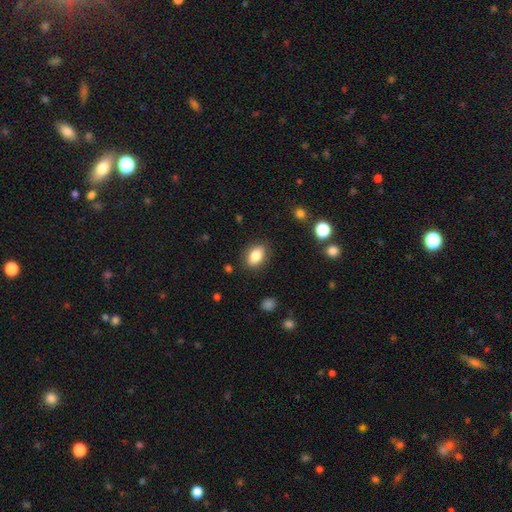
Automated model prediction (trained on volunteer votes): smooth_or_featured: smooth (p=0.83) [alt: featured or disk p=0.09]
how_rounded: in between (p=0.83) [alt: round p=0.15]
merging: none (p=0.85) [alt: minor disturbance p=0.10]